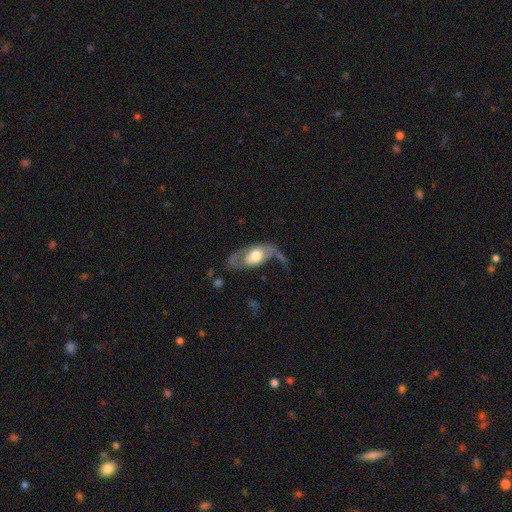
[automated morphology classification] Q: Smooth or featured?
A: featured or disk (63%); runner-up: smooth (32%)
Q: Edge-on disk?
A: no (88%); runner-up: yes (12%)
Q: Bar?
A: no (72%); runner-up: weak (21%)
Q: Spiral arms?
A: yes (62%); runner-up: no (38%)
Q: Bulge size?
A: moderate (49%); runner-up: large (41%)
Q: Merging?
A: none (36%); runner-up: major disturbance (35%)